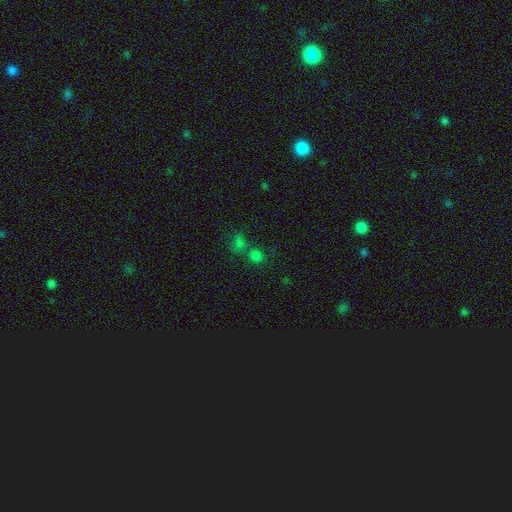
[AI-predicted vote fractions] Morphology: type=smooth (68%); roundness=round (83%); merging=none (52%).